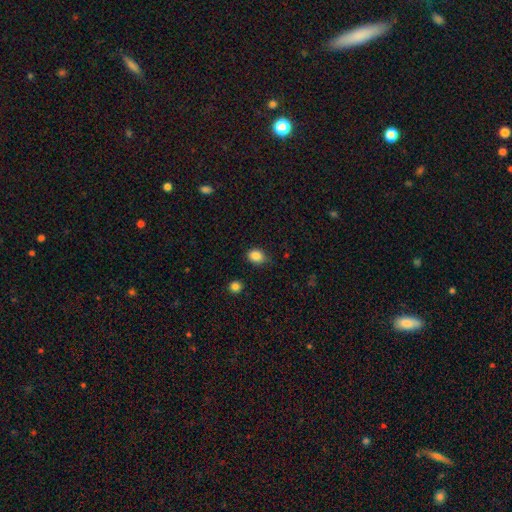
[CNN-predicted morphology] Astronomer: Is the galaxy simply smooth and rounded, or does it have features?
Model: smooth — 87%.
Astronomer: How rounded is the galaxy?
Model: in between — 55% (runner-up: round, 44%).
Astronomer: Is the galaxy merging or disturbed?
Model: none — 76%.